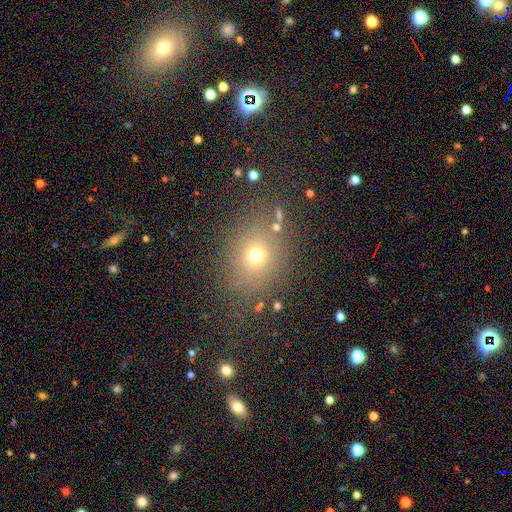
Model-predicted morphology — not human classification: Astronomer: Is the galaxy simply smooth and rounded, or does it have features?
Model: smooth — 67%.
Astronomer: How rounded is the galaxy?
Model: round — 68%.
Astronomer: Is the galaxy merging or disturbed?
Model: none — 79%.